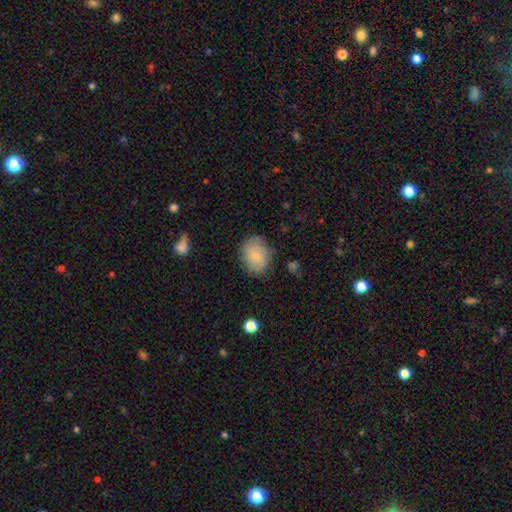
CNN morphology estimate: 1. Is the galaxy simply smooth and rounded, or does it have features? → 66% smooth, 26% featured or disk, 8% star or artifact.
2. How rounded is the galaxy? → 56% in between, 43% round, 1% cigar-shaped.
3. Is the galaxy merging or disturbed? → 75% none, 18% minor disturbance, 5% major disturbance, 2% merger.